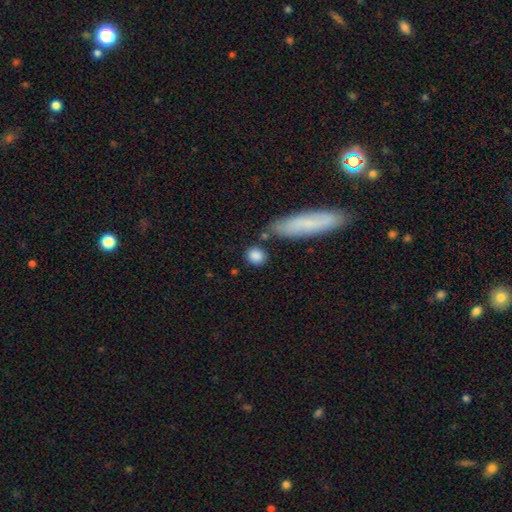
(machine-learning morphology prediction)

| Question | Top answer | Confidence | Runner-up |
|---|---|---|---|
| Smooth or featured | smooth | 86% | star or artifact (8%) |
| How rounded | round | 71% | in between (25%) |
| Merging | none | 74% | minor disturbance (12%) |